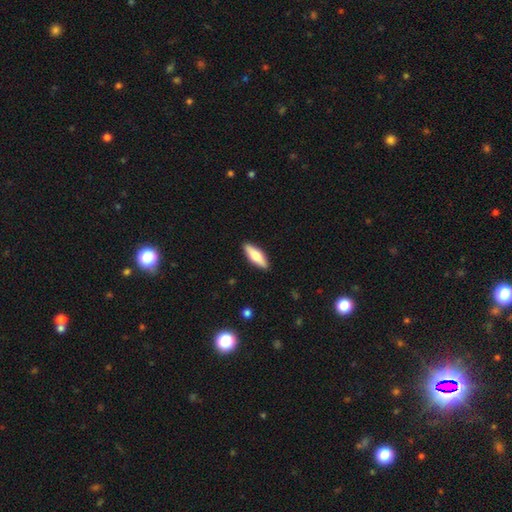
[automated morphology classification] Smooth or featured? smooth (68%)
How rounded? in between (51%)
Merging? none (90%)